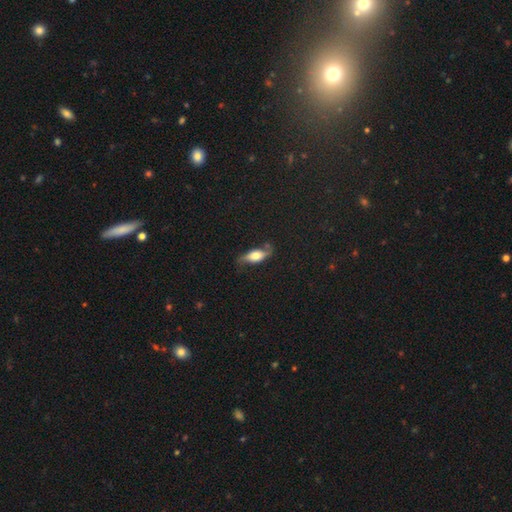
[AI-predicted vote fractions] The model was most divided on "smooth or featured": smooth: 52%, featured or disk: 40%, star or artifact: 8%. More confident: how rounded — in between (73%); merging — none (60%).